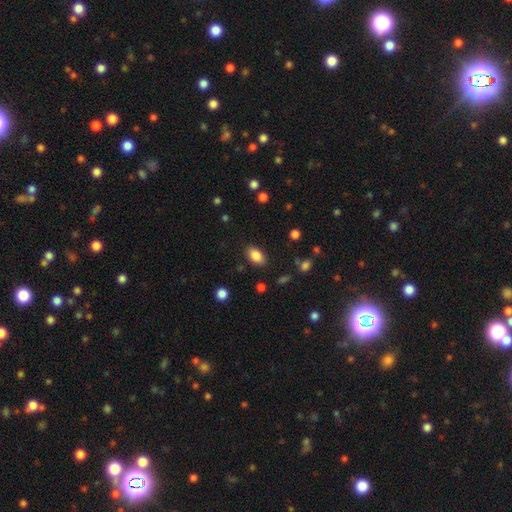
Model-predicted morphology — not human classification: A smooth galaxy with no disk features (86%) that is in between round and cigar-shaped (89%).

Vote fractions:
- Smooth or featured? smooth: 86% / star or artifact: 9% / featured or disk: 6%
- How rounded? in between: 89% / round: 9% / cigar-shaped: 2%
- Merging? none: 85% / minor disturbance: 10% / major disturbance: 3% / merger: 2%